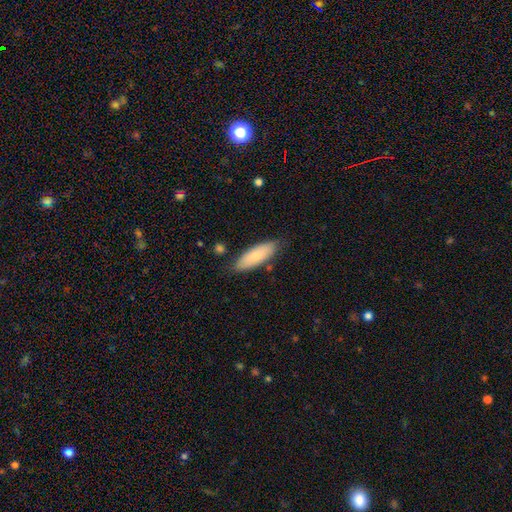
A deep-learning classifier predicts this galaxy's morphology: smooth 78%, featured or disk 16%, star or artifact 6%. Down the decision tree: how rounded — in between (65%); merging — none (80%).